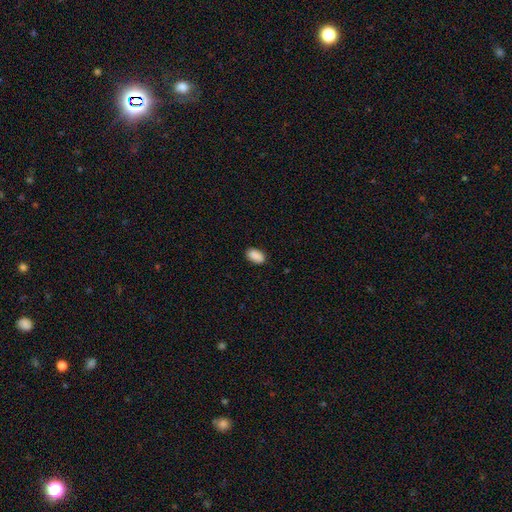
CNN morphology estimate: Overall: smooth (90%). How rounded: in between (93%). Merging: none (87%).